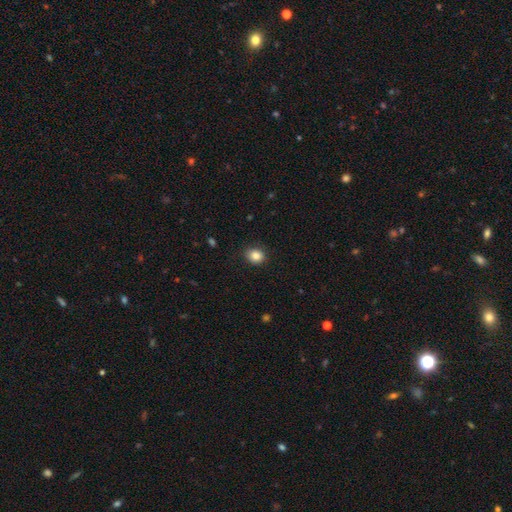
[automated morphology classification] type=smooth (86%); roundness=round (59%); merging=none (87%).